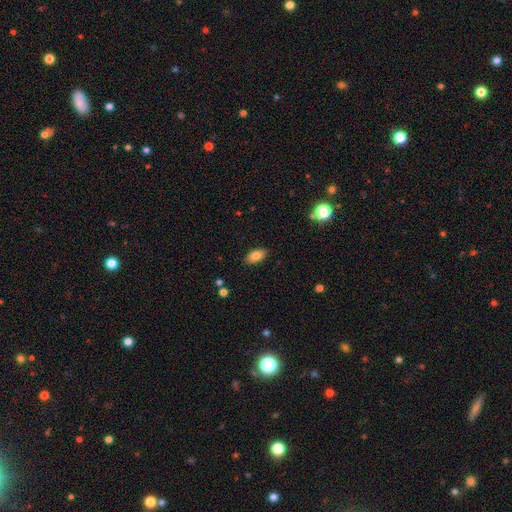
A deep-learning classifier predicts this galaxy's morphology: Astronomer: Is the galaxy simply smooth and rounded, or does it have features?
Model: smooth — 83%.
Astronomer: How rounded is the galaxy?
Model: in between — 92%.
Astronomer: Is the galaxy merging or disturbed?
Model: none — 88%.